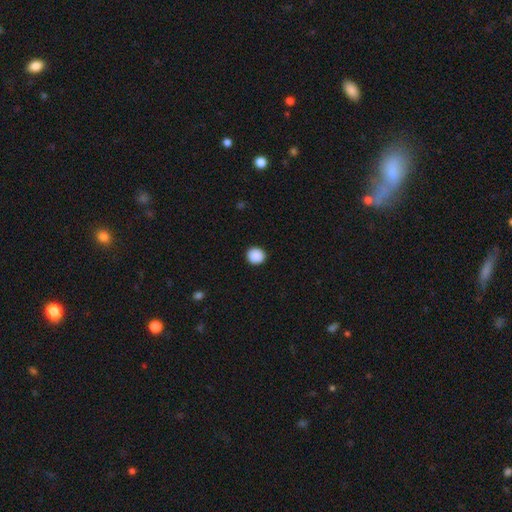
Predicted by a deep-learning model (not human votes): smooth-or-featured: smooth: 90% | star or artifact: 8% | featured or disk: 2%
  how-rounded: round: 90% | in between: 10% | cigar-shaped: 1%
  merging: none: 91% | minor disturbance: 6% | major disturbance: 2% | merger: 1%